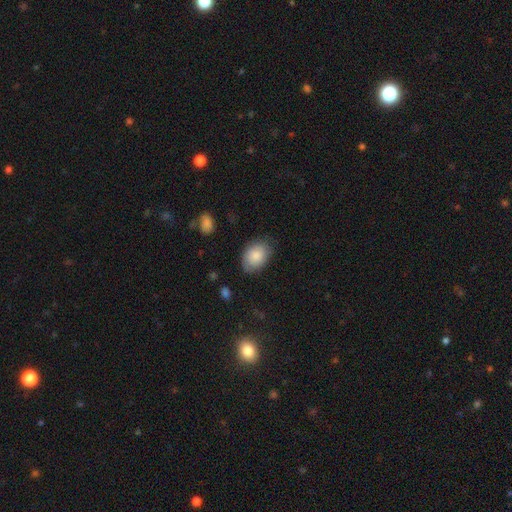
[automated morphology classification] smooth 80%, featured or disk 13%, star or artifact 7%. Down the decision tree: how rounded — in between (82%); merging — none (77%).